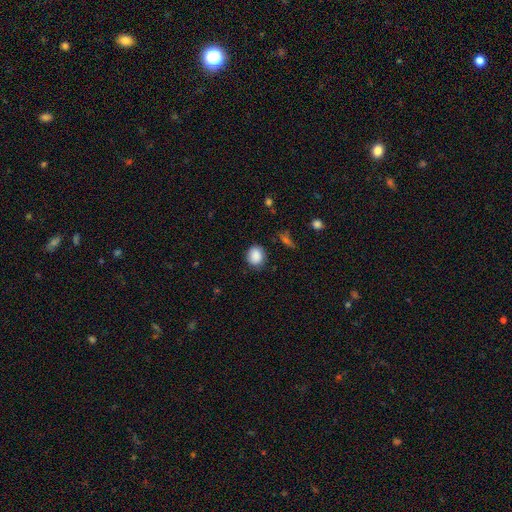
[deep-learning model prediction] A smooth galaxy with no disk features (88%) that is round (71%).

Vote fractions:
- Smooth or featured? smooth: 88% / star or artifact: 8% / featured or disk: 4%
- How rounded? round: 71% / in between: 28% / cigar-shaped: 1%
- Merging? none: 83% / minor disturbance: 12% / major disturbance: 3% / merger: 1%